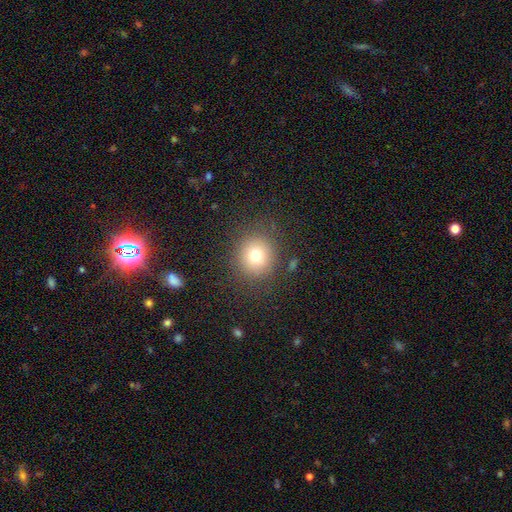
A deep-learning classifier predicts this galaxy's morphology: Smooth or featured? smooth (75%)
How rounded? round (87%)
Merging? none (85%)